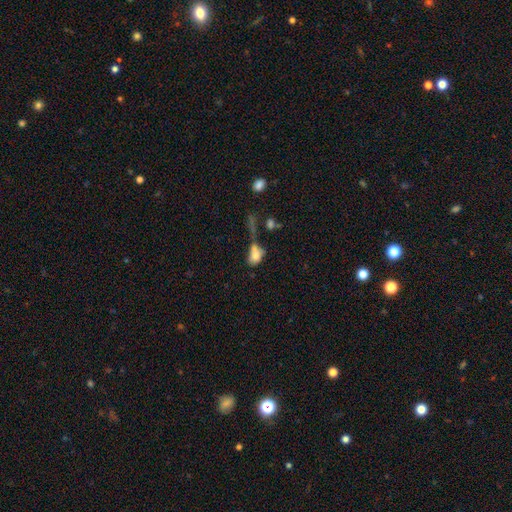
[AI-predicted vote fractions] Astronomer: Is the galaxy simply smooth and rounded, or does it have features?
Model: smooth — 71%.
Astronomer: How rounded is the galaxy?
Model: in between — 80%.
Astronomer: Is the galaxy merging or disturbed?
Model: major disturbance — 32% (runner-up: merger, 28%).